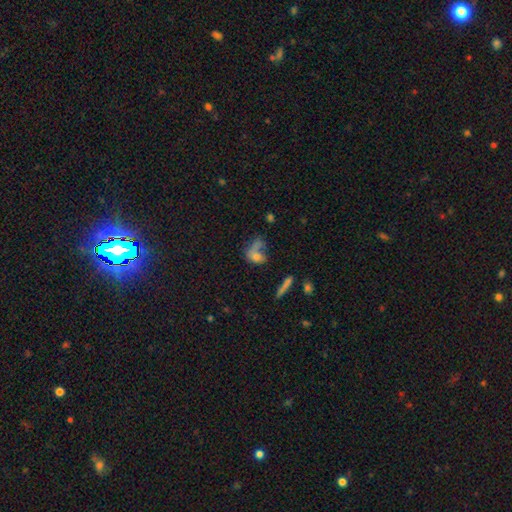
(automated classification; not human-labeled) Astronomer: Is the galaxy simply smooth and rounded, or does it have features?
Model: smooth — 57%.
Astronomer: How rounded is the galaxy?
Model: in between — 63%.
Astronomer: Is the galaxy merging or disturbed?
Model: major disturbance — 36% (runner-up: none, 27%).